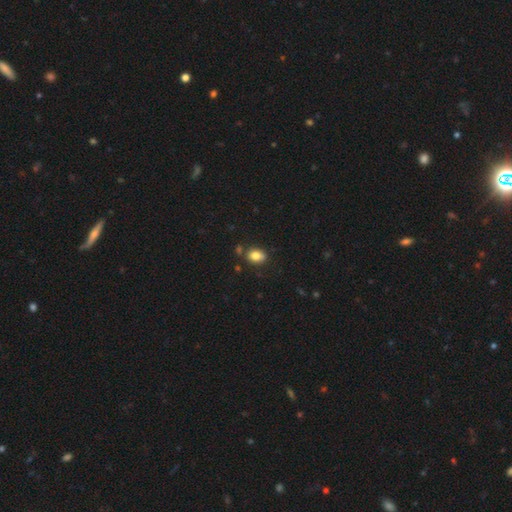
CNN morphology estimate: Smooth or featured: smooth — 82% (star or artifact — 10%)
How rounded: in between — 66% (round — 33%)
Merging: none — 72% (minor disturbance — 15%)